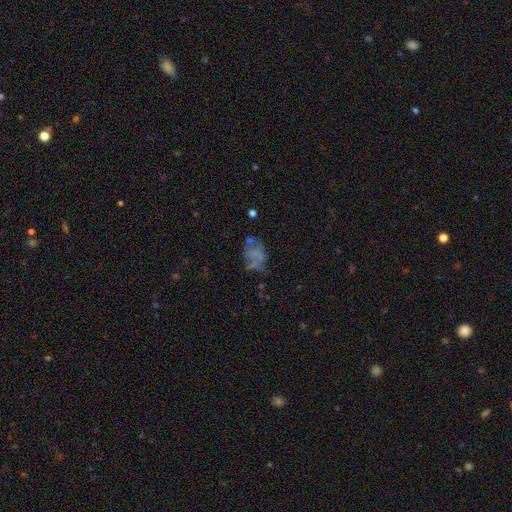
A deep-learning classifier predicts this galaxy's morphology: smooth 41% (tied), featured or disk 41% (tied), star or artifact 18%. Down the decision tree: merging — none (35%).